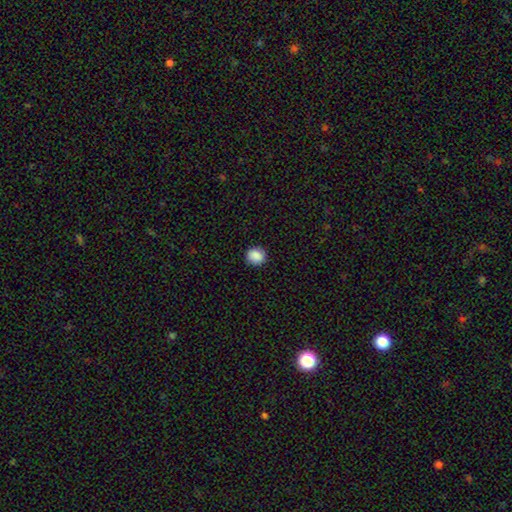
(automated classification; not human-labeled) Smooth or featured? smooth (88%)
How rounded? round (81%)
Merging? none (90%)